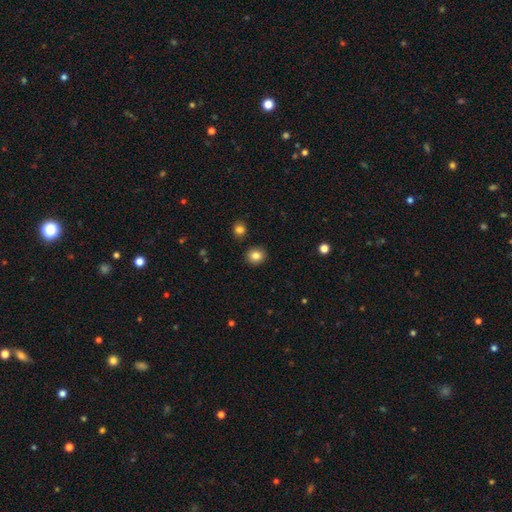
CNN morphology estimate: This is clearly a smooth galaxy (84%). How rounded: clearly round (83%). Merging: clearly none (90%).